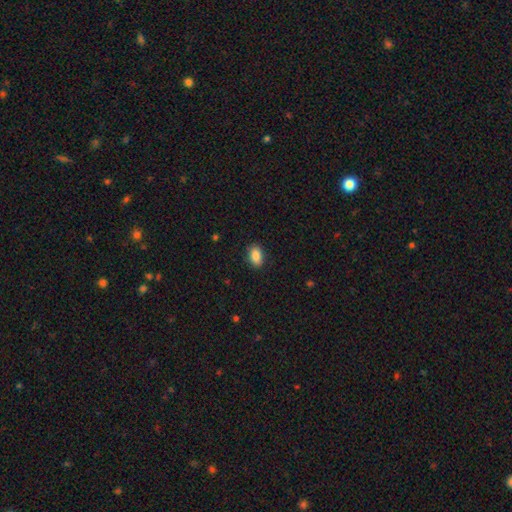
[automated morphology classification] Smooth or featured? smooth (87%)
How rounded? in between (88%)
Merging? none (88%)